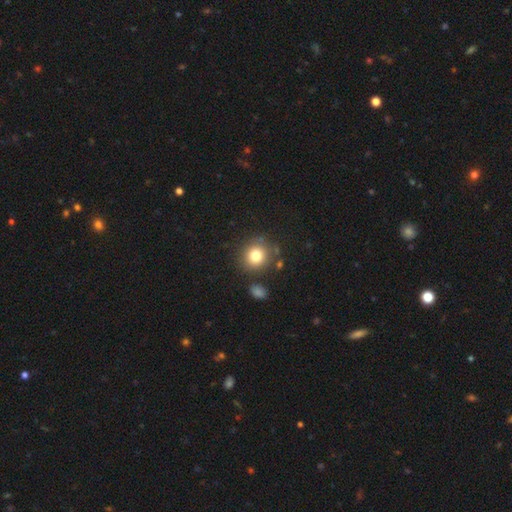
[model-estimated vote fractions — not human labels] Smooth or featured? smooth (80%)
How rounded? round (87%)
Merging? none (80%)